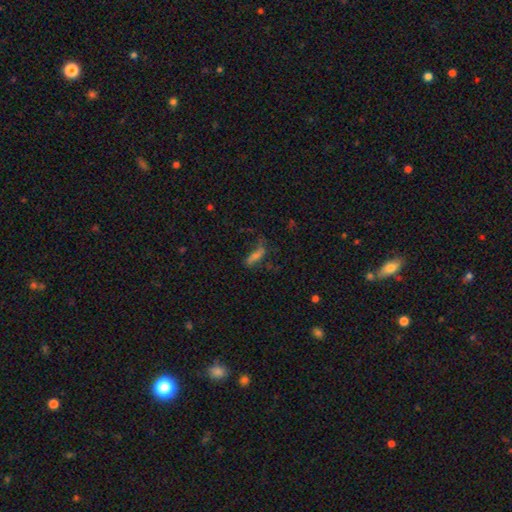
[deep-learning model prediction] Overall: smooth (57%; featured or disk 27%). How rounded: cigar-shaped (54%; in between 43%). Merging: none (44%; minor disturbance 27%).